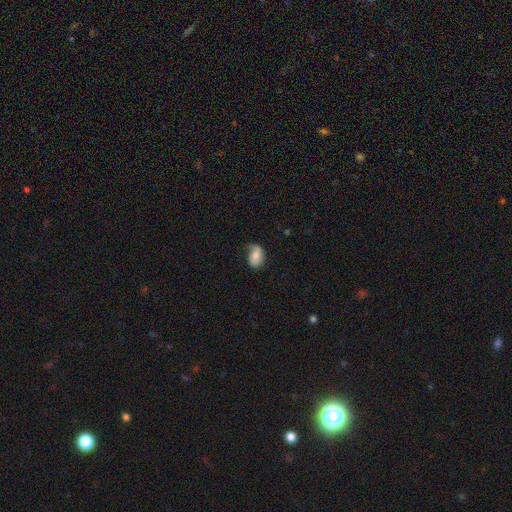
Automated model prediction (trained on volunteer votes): Morphology: type=smooth (64%); roundness=in between (82%); merging=none (45%).